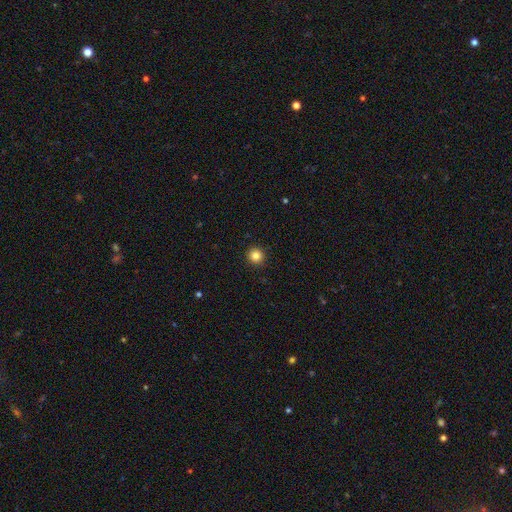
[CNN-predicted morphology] This is clearly a smooth galaxy (84%). How rounded: clearly round (95%). Merging: clearly none (93%).